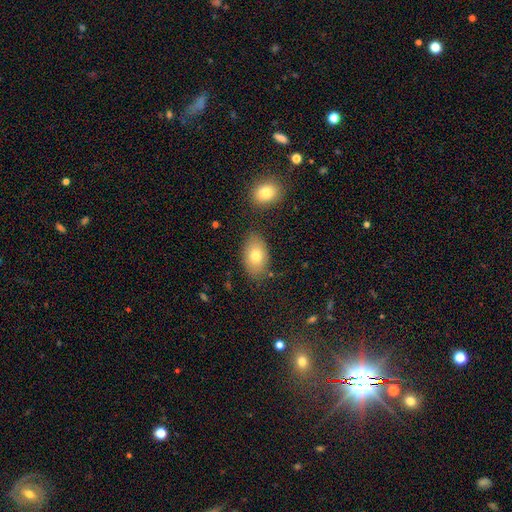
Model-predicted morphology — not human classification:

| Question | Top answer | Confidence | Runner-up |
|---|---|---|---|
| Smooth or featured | smooth | 77% | featured or disk (15%) |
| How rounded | in between | 88% | round (10%) |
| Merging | none | 78% | minor disturbance (13%) |